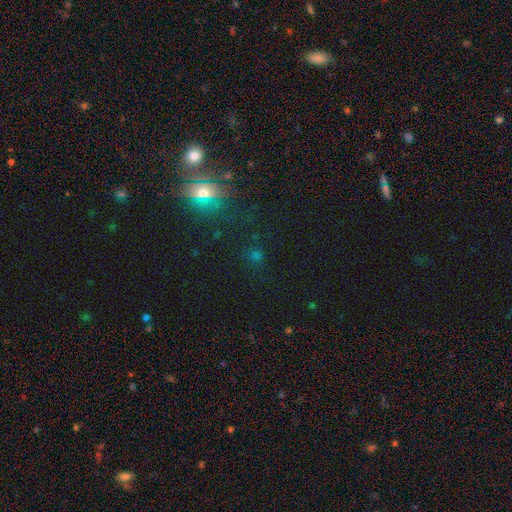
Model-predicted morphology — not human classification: type=star or artifact (51%).